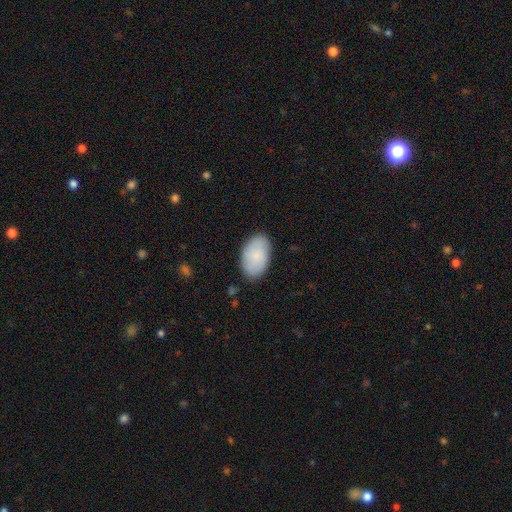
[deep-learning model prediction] Smooth or featured? Predicted: smooth (p=0.85). How rounded? Predicted: in between (p=0.94). Merging? Predicted: none (p=0.85).